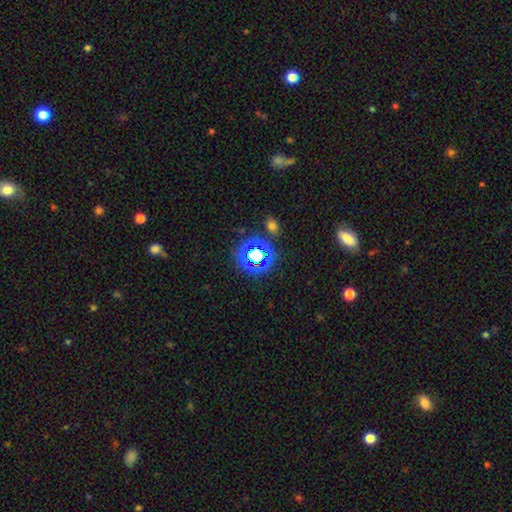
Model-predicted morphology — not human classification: Smooth or featured: star or artifact — 64% (smooth — 26%)